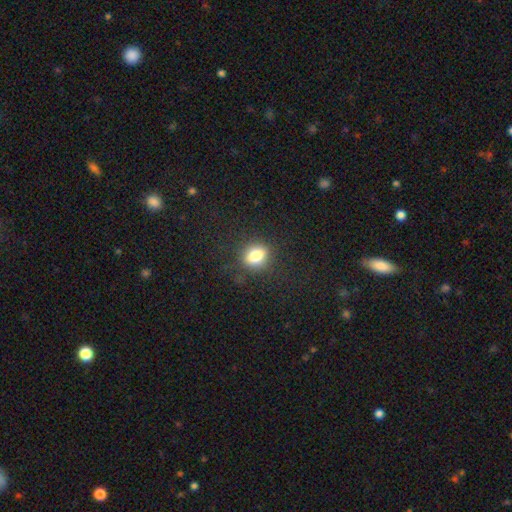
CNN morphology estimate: Smooth or featured: smooth — 80% (star or artifact — 12%)
How rounded: in between — 50% (round — 48%)
Merging: none — 84% (minor disturbance — 11%)